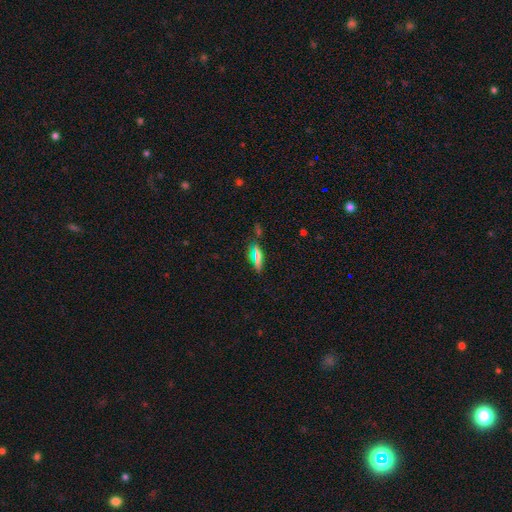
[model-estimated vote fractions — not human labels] This appears to be a smooth galaxy with no disk features (54%) that is in between round and cigar-shaped (47%). Merging: none (76%).